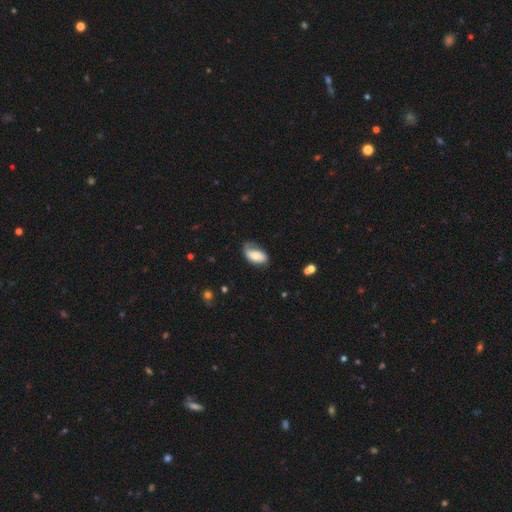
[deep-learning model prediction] A smooth galaxy with no disk features (53%) that is in between round and cigar-shaped (92%).

Vote fractions:
- Smooth or featured? smooth: 53% / featured or disk: 40% / star or artifact: 7%
- How rounded? in between: 92% / round: 5% / cigar-shaped: 3%
- Merging? none: 52% / minor disturbance: 31% / major disturbance: 14% / merger: 2%